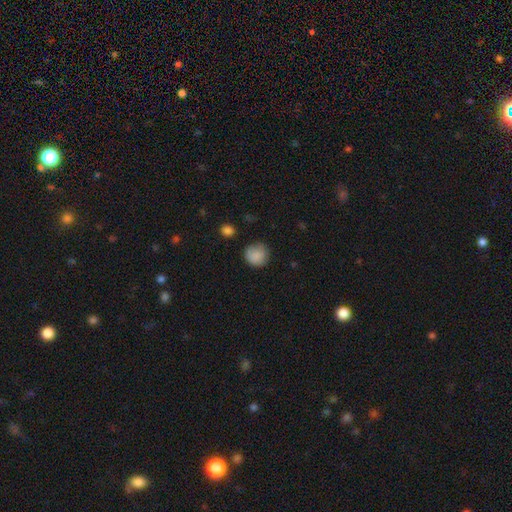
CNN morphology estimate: This appears to be a smooth galaxy with no disk features (86%) that is round (90%). Merging: none (76%).